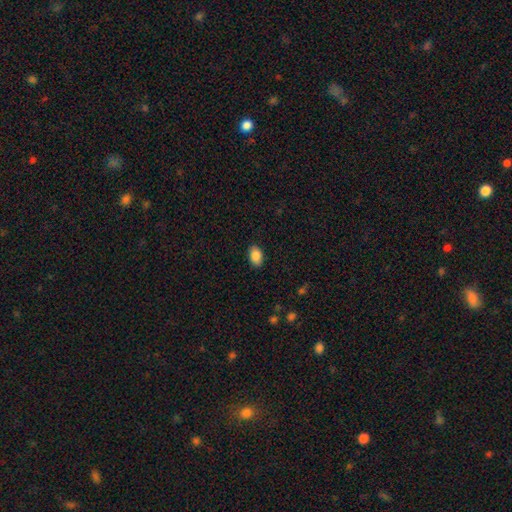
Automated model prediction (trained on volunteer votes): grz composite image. It shows a smooth galaxy with no disk features (87%) that is in between round and cigar-shaped (89%). Merging: none (88%).